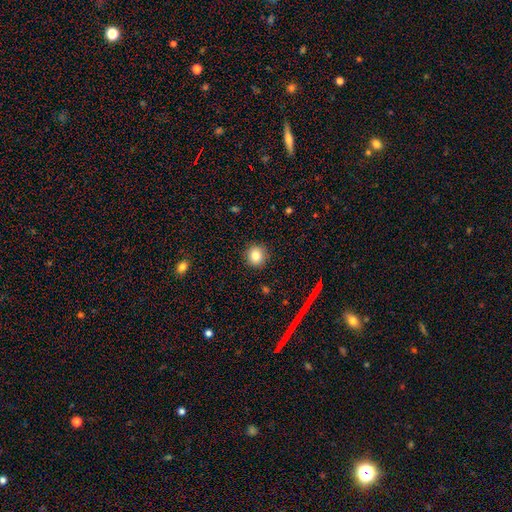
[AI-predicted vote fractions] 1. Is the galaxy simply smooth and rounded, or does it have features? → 82% smooth, 10% star or artifact, 8% featured or disk.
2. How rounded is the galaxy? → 91% round, 7% in between, 1% cigar-shaped.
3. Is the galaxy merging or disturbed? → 91% none, 6% minor disturbance, 2% major disturbance, 1% merger.